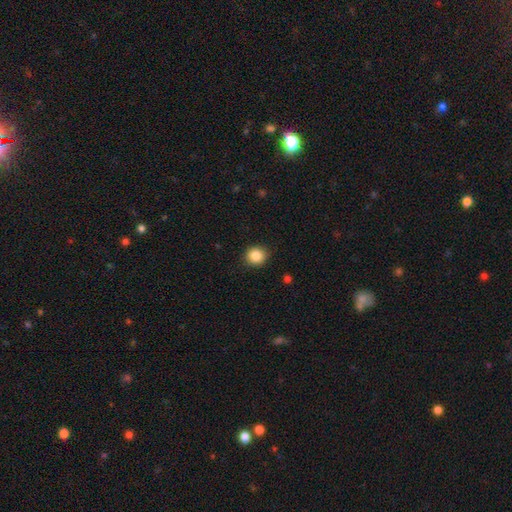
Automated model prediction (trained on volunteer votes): Smooth or featured? Predicted: smooth (p=0.87). How rounded? Predicted: round (p=0.81). Merging? Predicted: none (p=0.89).